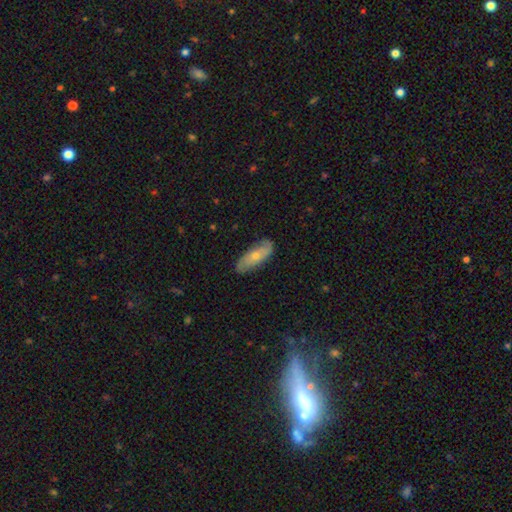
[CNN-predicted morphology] The model was most divided on "smooth or featured": smooth: 48%, featured or disk: 46%, star or artifact: 7%. More confident: merging — none (81%).